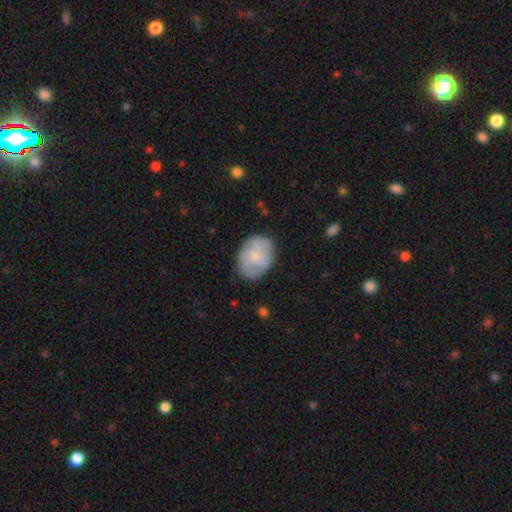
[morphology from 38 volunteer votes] This appears to be a smooth galaxy with no disk features (74%) that is in between round and cigar-shaped (68%). Merging: none (89%).